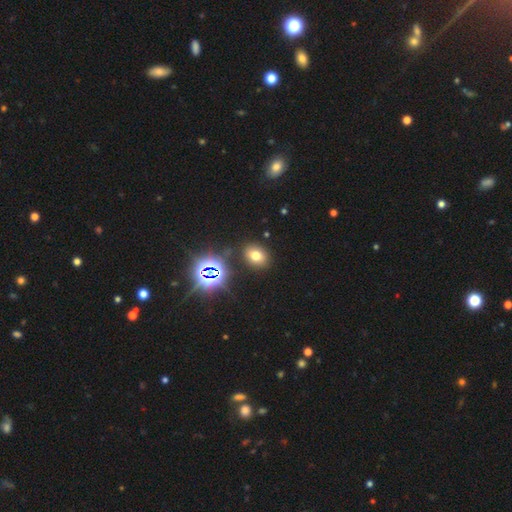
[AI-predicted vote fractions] Q: Smooth or featured?
A: smooth (65%); runner-up: star or artifact (24%)
Q: How rounded?
A: in between (58%); runner-up: round (41%)
Q: Merging?
A: none (85%); runner-up: minor disturbance (9%)